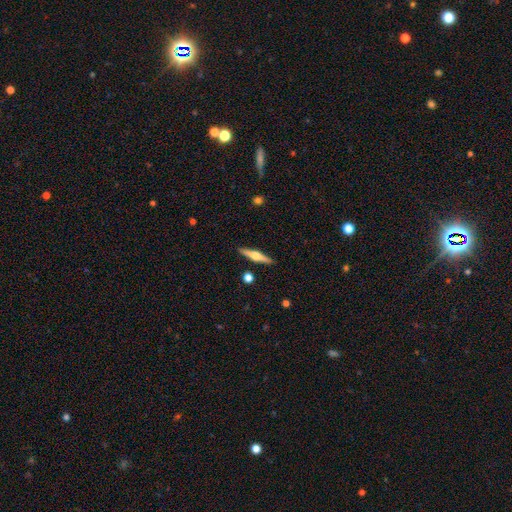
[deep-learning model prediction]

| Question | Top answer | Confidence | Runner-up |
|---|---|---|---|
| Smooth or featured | featured or disk | 66% | smooth (28%) |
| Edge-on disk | yes | 97% | no (3%) |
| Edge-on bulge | rounded | 93% | boxy (4%) |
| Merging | none | 90% | minor disturbance (6%) |